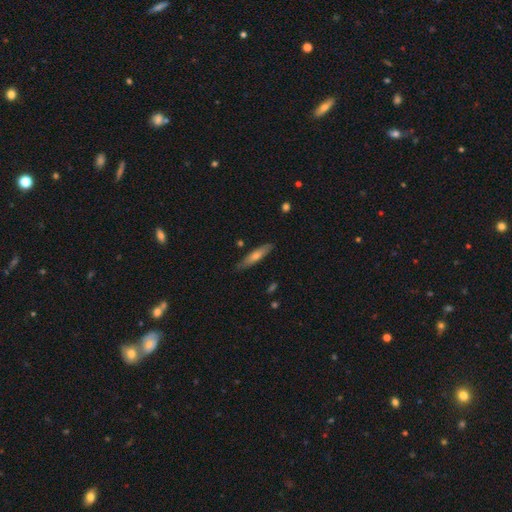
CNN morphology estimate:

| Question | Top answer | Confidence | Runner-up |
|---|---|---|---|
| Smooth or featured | featured or disk | 48% | smooth (43%) |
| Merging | none | 86% | minor disturbance (11%) |